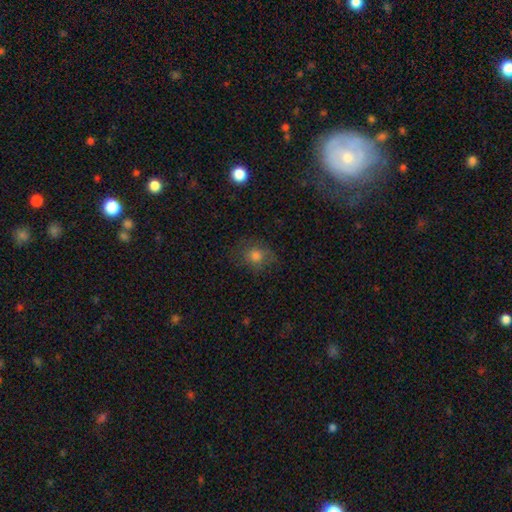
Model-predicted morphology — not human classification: Smooth or featured: smooth — 71% (star or artifact — 15%)
How rounded: round — 70% (in between — 29%)
Merging: none — 70% (minor disturbance — 18%)